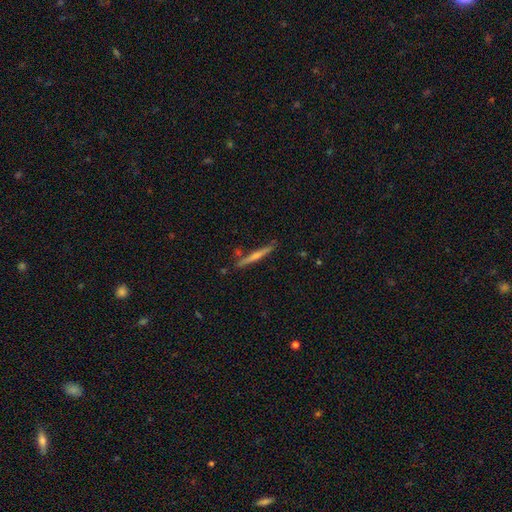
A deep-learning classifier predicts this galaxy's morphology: This is possibly a featured or disk galaxy (56%). It is clearly viewed edge-on (88%). Merging: likely none (75%).